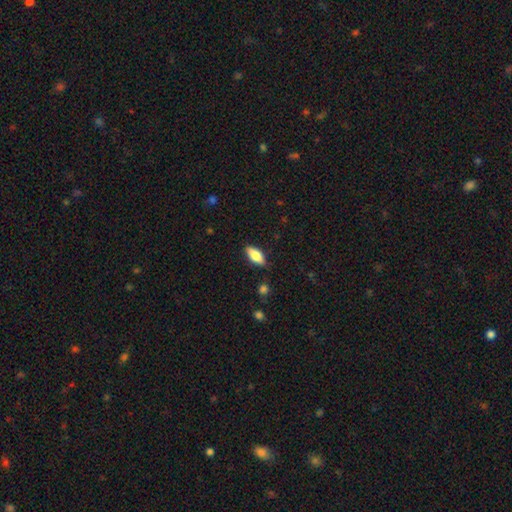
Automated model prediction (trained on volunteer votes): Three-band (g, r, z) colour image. It shows a smooth galaxy with no disk features (78%) that is in between round and cigar-shaped (82%). Merging: none (86%).